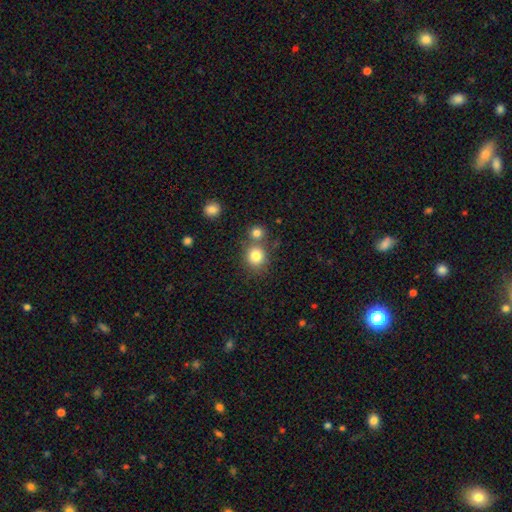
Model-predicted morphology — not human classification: smooth-or-featured: smooth: 81% | star or artifact: 12% | featured or disk: 7%
  how-rounded: round: 85% | in between: 14% | cigar-shaped: 1%
  merging: none: 64% | merger: 25% | minor disturbance: 9% | major disturbance: 3%